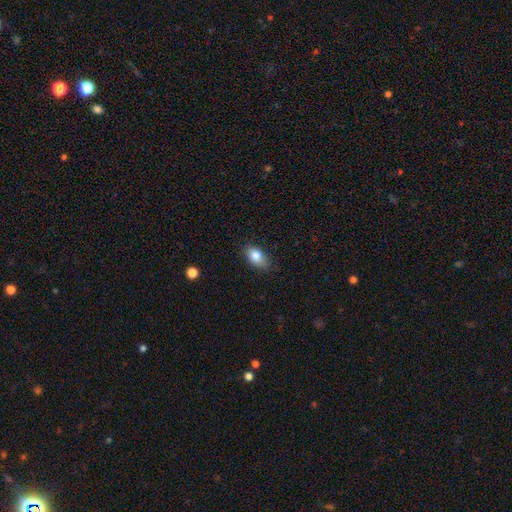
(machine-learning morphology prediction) Smooth or featured? smooth (84%)
How rounded? in between (88%)
Merging? none (78%)